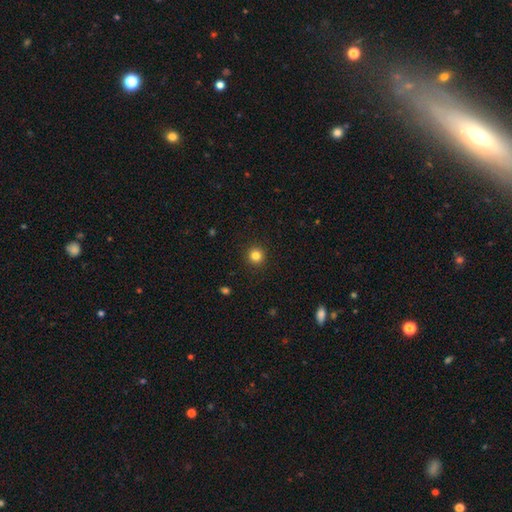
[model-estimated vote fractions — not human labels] Smooth or featured? smooth (83%)
How rounded? round (95%)
Merging? none (93%)